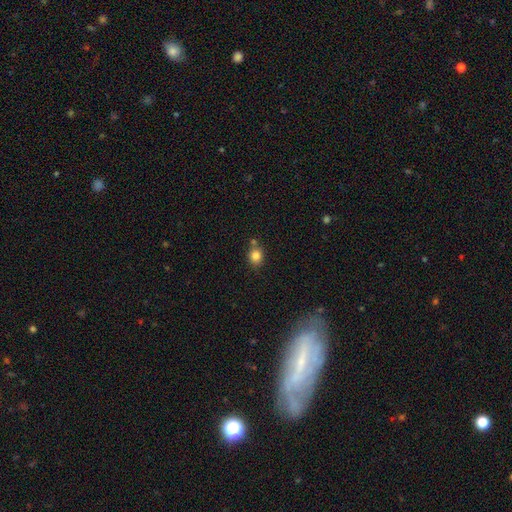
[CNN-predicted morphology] Overall: smooth (83%). How rounded: round (72%). Merging: none (69%).